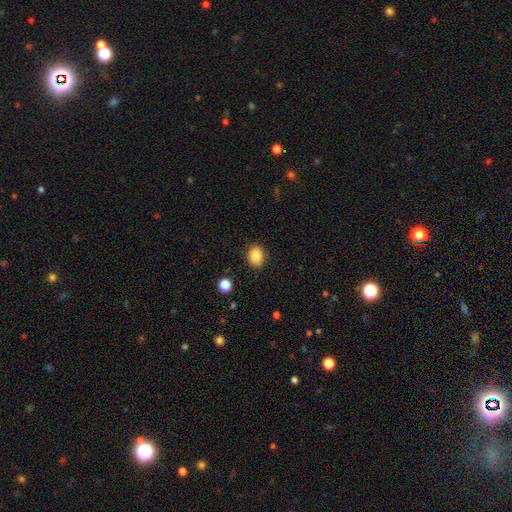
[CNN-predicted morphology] This appears to be a smooth galaxy with no disk features (87%) that is in between round and cigar-shaped (53%). Merging: none (85%).